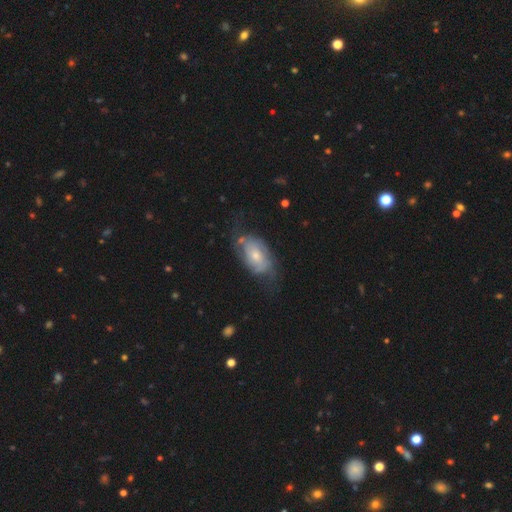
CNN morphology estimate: smooth_or_featured: featured or disk (p=0.61) [alt: smooth p=0.32]
disk_edge_on: no (p=0.94) [alt: yes p=0.06]
bar: no (p=0.72) [alt: weak p=0.23]
has_spiral_arms: yes (p=0.74) [alt: no p=0.26]
bulge_size: moderate (p=0.46) [tied with: small p=0.46]
merging: none (p=0.48) [alt: minor disturbance p=0.28]